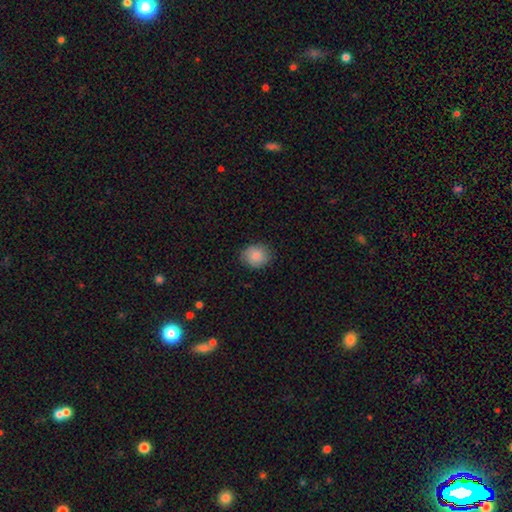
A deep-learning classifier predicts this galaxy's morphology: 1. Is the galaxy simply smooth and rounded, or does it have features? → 84% smooth, 8% featured or disk, 8% star or artifact.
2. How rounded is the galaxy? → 71% round, 28% in between, 1% cigar-shaped.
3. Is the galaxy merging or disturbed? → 84% none, 13% minor disturbance, 2% major disturbance, 1% merger.